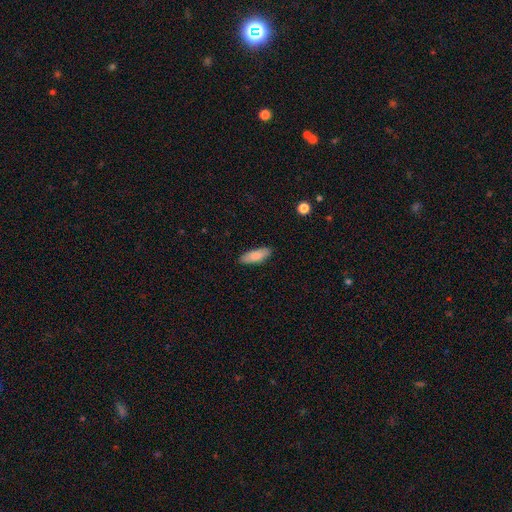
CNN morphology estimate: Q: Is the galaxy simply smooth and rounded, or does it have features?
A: smooth — 83%.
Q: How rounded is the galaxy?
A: in between — 64%.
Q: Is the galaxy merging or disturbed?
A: none — 88%.